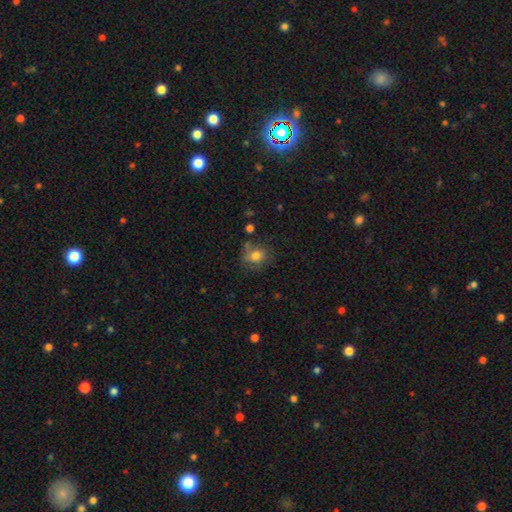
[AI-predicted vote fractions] Morphology: type=smooth (76%); roundness=round (65%); merging=none (64%).